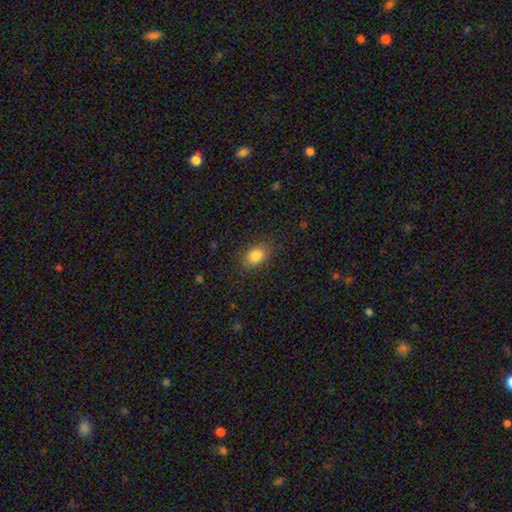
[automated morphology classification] type=smooth (84%); roundness=in between (80%); merging=none (84%).